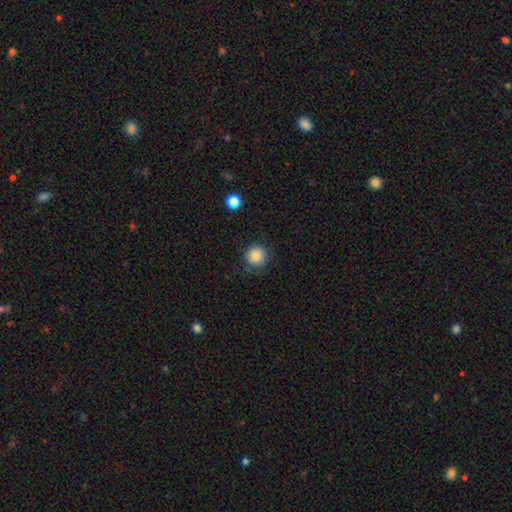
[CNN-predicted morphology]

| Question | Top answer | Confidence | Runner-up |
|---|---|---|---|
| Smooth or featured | smooth | 85% | star or artifact (10%) |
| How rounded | round | 94% | in between (5%) |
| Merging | none | 86% | minor disturbance (10%) |